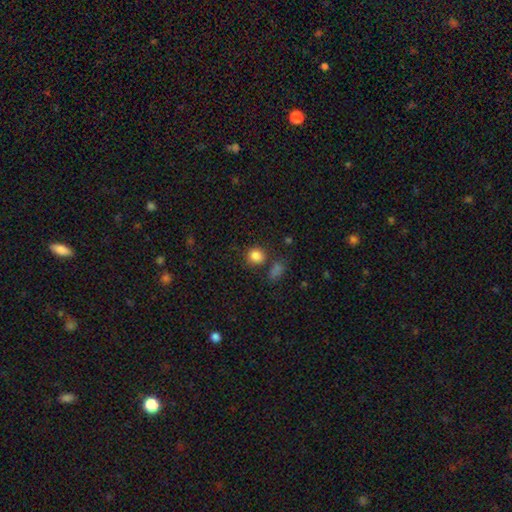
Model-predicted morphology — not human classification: smooth-or-featured: smooth: 84% | star or artifact: 11% | featured or disk: 5%
  how-rounded: round: 77% | in between: 22% | cigar-shaped: 1%
  merging: none: 72% | minor disturbance: 13% | merger: 11% | major disturbance: 5%